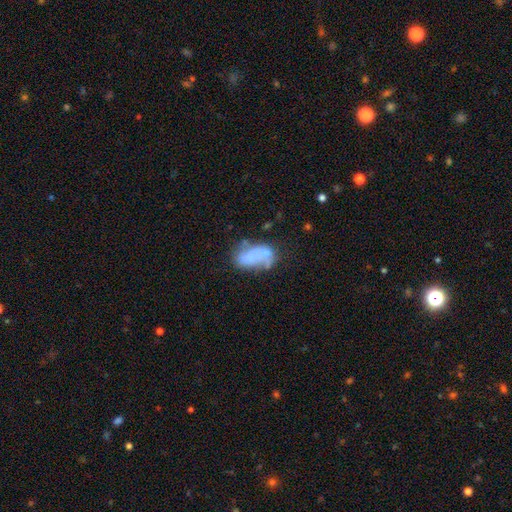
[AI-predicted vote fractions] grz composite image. It shows a smooth galaxy with no disk features (53%) that is in between round and cigar-shaped (91%). Merging: none (36%).